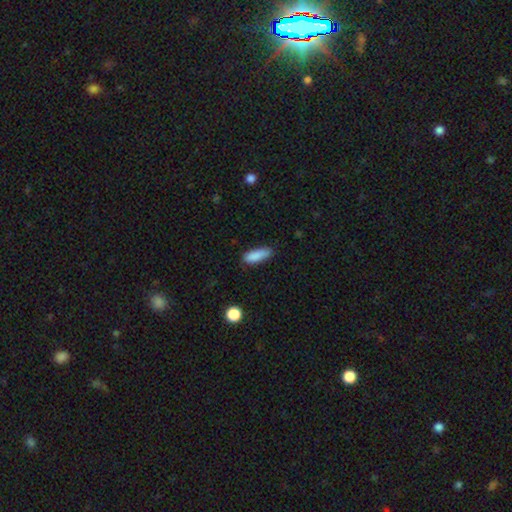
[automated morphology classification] type=smooth (88%); roundness=in between (56%); merging=none (77%).